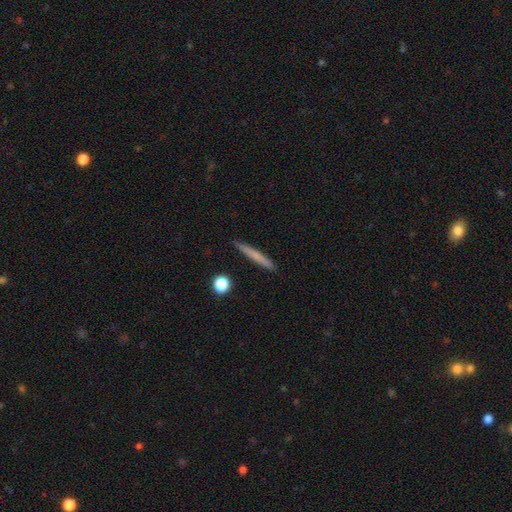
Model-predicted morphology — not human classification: smooth_or_featured: smooth (p=0.64) [alt: featured or disk p=0.30]
how_rounded: cigar-shaped (p=0.96) [alt: in between p=0.03]
merging: none (p=0.91) [alt: minor disturbance p=0.06]